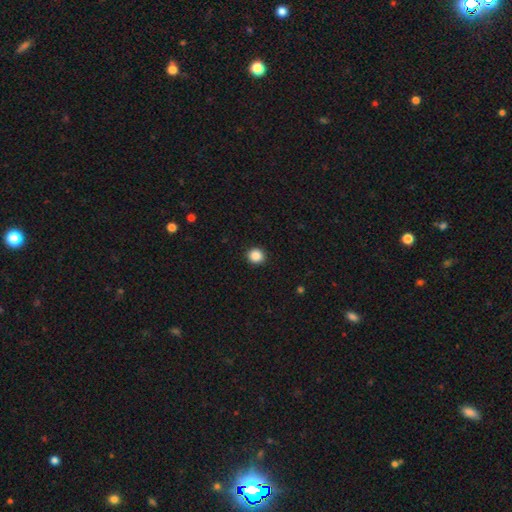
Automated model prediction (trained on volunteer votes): This is clearly a smooth galaxy (88%). How rounded: clearly round (91%). Merging: clearly none (92%).